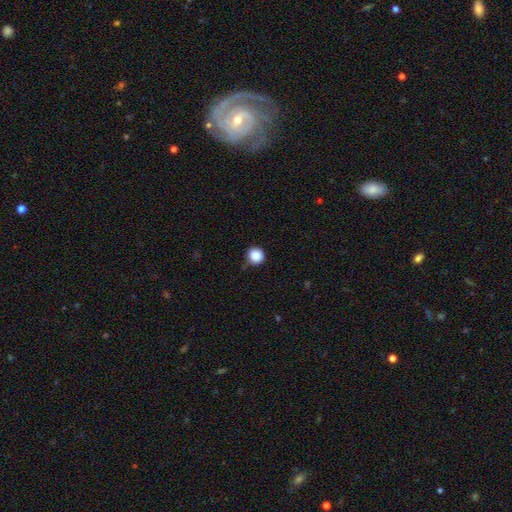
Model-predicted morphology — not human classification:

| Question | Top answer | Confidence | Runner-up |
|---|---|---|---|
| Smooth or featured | smooth | 88% | star or artifact (9%) |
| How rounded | round | 93% | in between (6%) |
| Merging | none | 80% | minor disturbance (15%) |